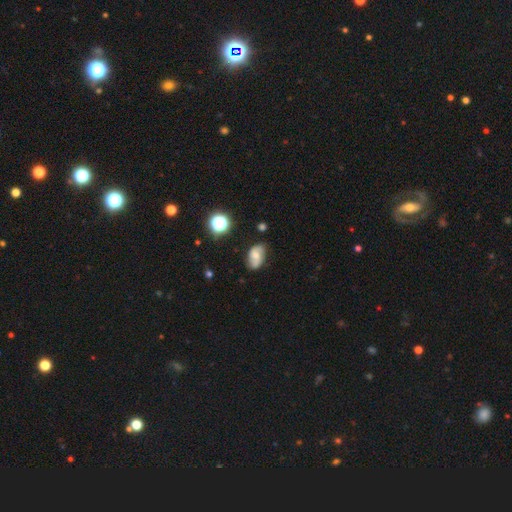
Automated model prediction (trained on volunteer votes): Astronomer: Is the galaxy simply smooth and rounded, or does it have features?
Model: featured or disk — 51% (runner-up: smooth, 39%).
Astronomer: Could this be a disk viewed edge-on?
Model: no — 96%.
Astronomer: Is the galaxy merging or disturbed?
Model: none — 74%.